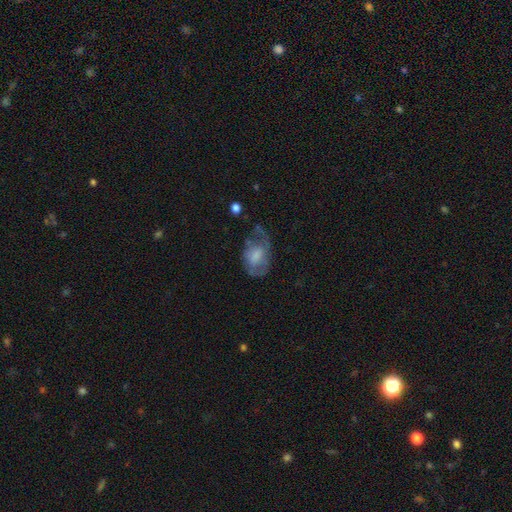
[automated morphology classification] smooth 49%, featured or disk 43%, star or artifact 8%. Down the decision tree: merging — major disturbance (37%).